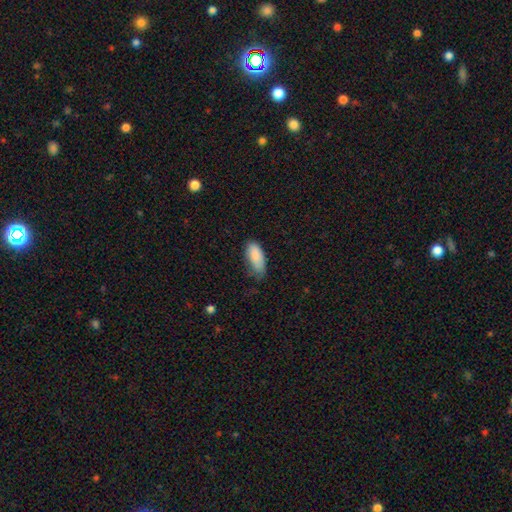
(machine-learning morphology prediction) A smooth galaxy with no disk features (87%) that is in between round and cigar-shaped (86%).

Vote fractions:
- Smooth or featured? smooth: 87% / star or artifact: 7% / featured or disk: 6%
- How rounded? in between: 86% / cigar-shaped: 12% / round: 2%
- Merging? none: 52% / minor disturbance: 37% / major disturbance: 9% / merger: 2%